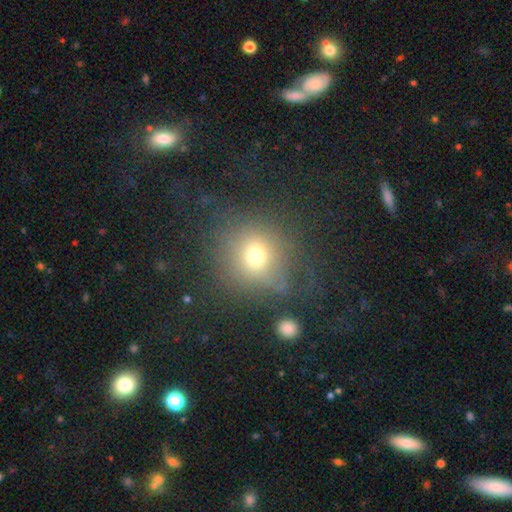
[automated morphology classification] smooth-or-featured: smooth: 69% | star or artifact: 17% | featured or disk: 14%
  how-rounded: round: 83% | in between: 16% | cigar-shaped: 1%
  merging: none: 64% | minor disturbance: 17% | major disturbance: 15% | merger: 4%